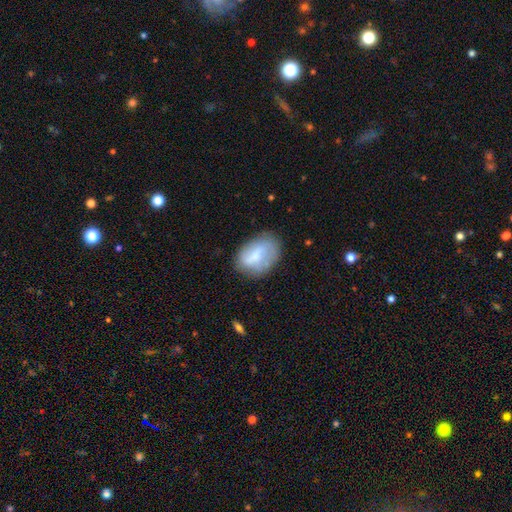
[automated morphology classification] Overall: smooth (63%; featured or disk 30%). How rounded: in between (85%). Merging: none (65%).